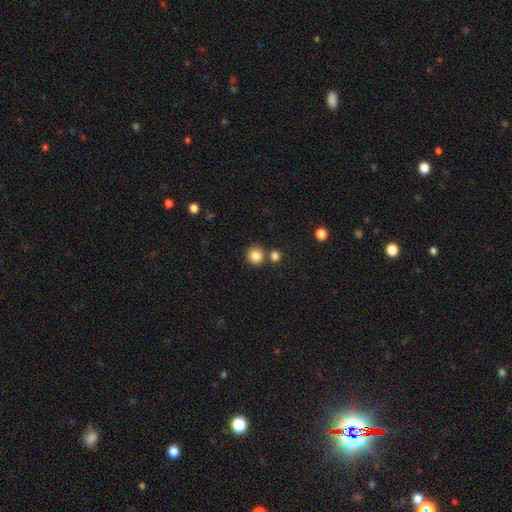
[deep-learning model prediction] smooth-or-featured: smooth: 84% | star or artifact: 11% | featured or disk: 5%
  how-rounded: round: 91% | in between: 8% | cigar-shaped: 1%
  merging: none: 73% | merger: 17% | minor disturbance: 8% | major disturbance: 3%